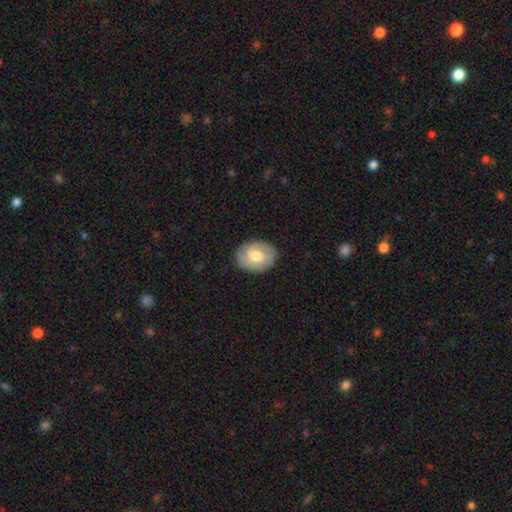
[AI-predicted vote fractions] smooth_or_featured: smooth (p=0.54) [alt: featured or disk p=0.40]
how_rounded: in between (p=0.57) [alt: round p=0.42]
merging: none (p=0.84) [alt: minor disturbance p=0.12]